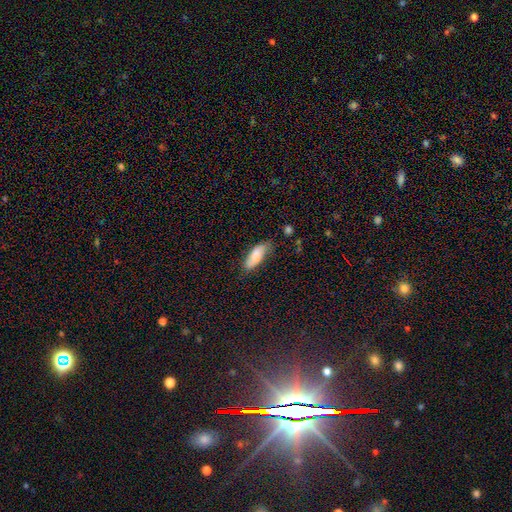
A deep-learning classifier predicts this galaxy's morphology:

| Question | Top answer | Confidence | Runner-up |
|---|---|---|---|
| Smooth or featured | smooth | 71% | featured or disk (22%) |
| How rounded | in between | 72% | cigar-shaped (26%) |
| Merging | none | 72% | minor disturbance (21%) |